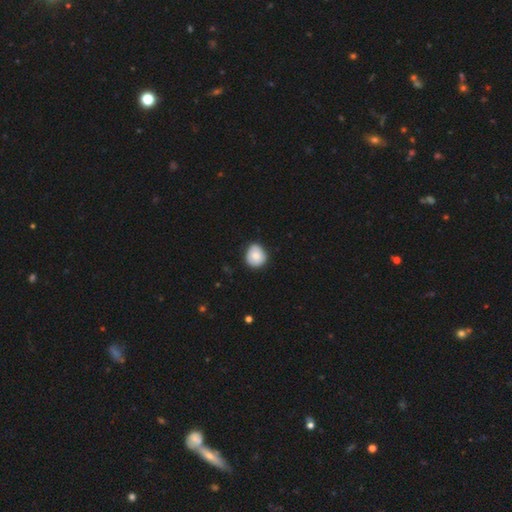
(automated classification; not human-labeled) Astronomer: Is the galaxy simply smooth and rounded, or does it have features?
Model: smooth — 79%.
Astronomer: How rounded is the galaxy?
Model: round — 80%.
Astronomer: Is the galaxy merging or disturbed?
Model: none — 76%.